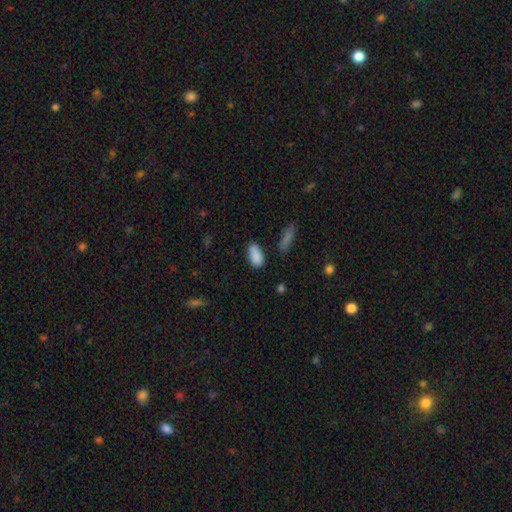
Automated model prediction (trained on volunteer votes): smooth-or-featured: smooth: 87% | star or artifact: 8% | featured or disk: 5%
  how-rounded: in between: 92% | cigar-shaped: 4% | round: 4%
  merging: none: 73% | minor disturbance: 18% | merger: 5% | major disturbance: 4%